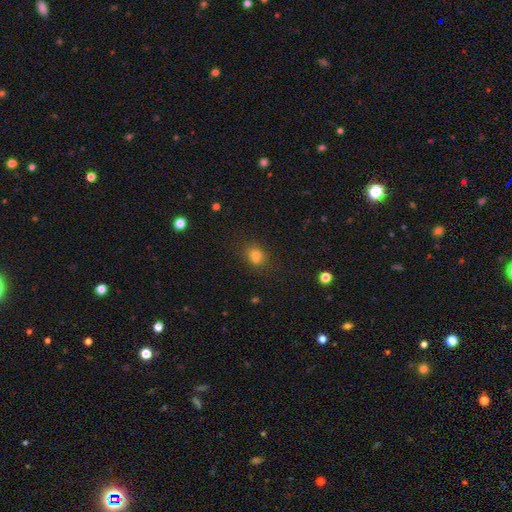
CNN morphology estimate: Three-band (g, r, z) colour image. It shows a smooth galaxy with no disk features (72%) that is round (60%). Merging: none (60%).